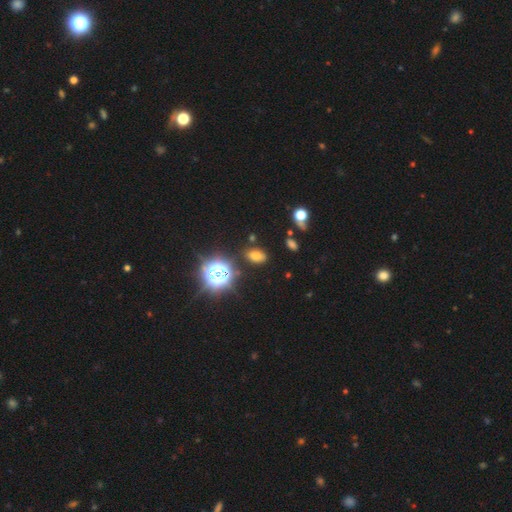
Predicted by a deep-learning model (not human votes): A smooth galaxy with no disk features (66%) that is in between round and cigar-shaped (83%). Merging: none (83%).